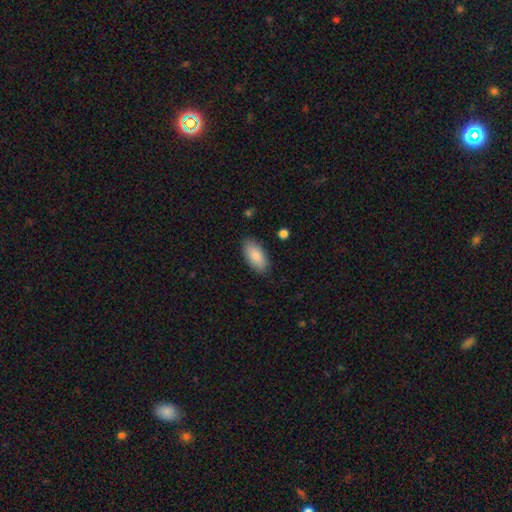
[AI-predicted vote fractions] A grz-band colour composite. It shows a smooth galaxy with no disk features (88%) that is in between round and cigar-shaped (92%). Merging: none (85%).